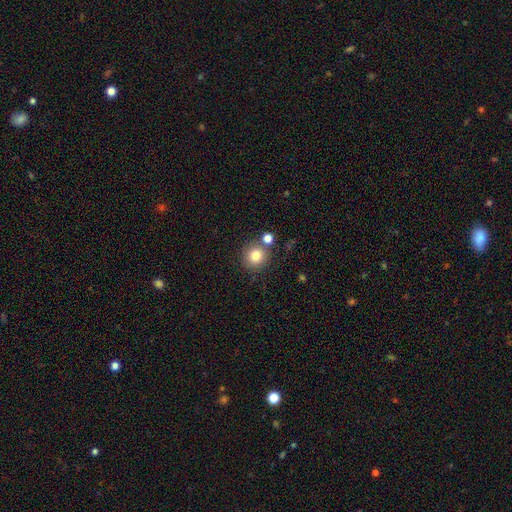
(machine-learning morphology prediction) Smooth or featured? Predicted: smooth (p=0.79). How rounded? Predicted: round (p=0.91). Merging? Predicted: none (p=0.74).